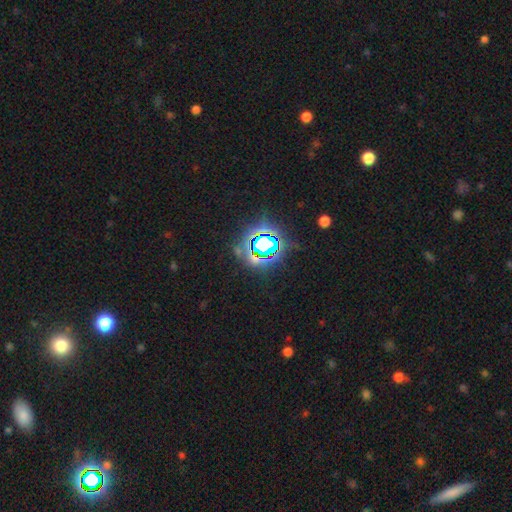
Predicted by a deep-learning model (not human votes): A star or artifact, not a galaxy (73%).

Vote fractions:
- Smooth or featured? star or artifact: 73% / smooth: 16% / featured or disk: 10%